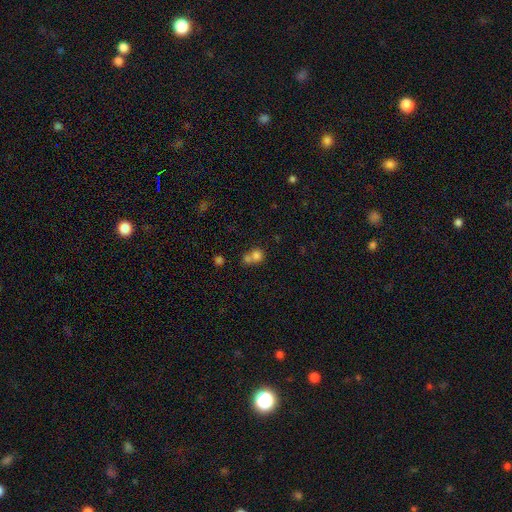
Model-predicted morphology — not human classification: The model was most divided on "merging": merger: 56%, none: 33%, minor disturbance: 7%, major disturbance: 4%. More confident: how rounded — round (80%); smooth or featured — smooth (77%).